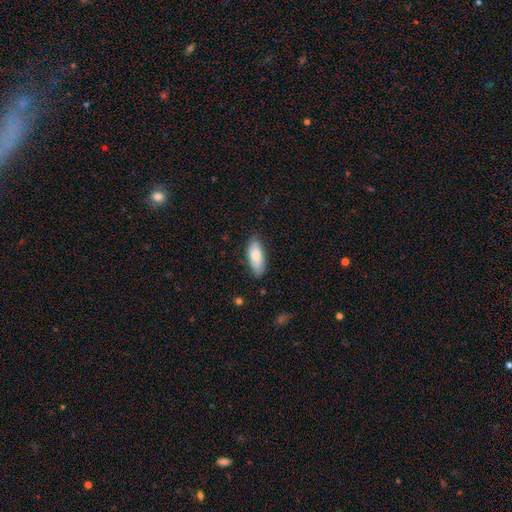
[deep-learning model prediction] Overall: smooth (78%). How rounded: in between (77%). Merging: none (81%).